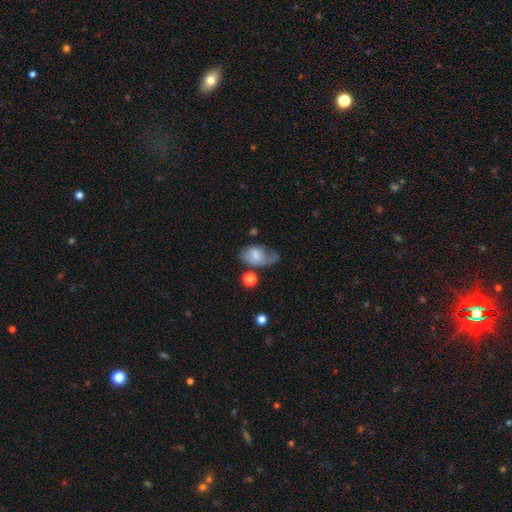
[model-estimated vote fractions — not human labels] The model was most divided on "merging": none: 33%, minor disturbance: 32%, major disturbance: 28%, merger: 7%. More confident: how rounded — in between (82%); smooth or featured — smooth (57%).